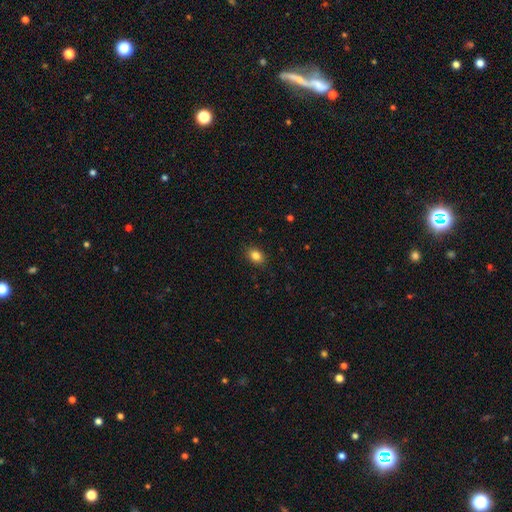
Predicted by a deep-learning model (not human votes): smooth-or-featured: smooth: 84% | star or artifact: 10% | featured or disk: 6%
  how-rounded: in between: 75% | round: 24% | cigar-shaped: 1%
  merging: none: 88% | minor disturbance: 9% | major disturbance: 2% | merger: 1%